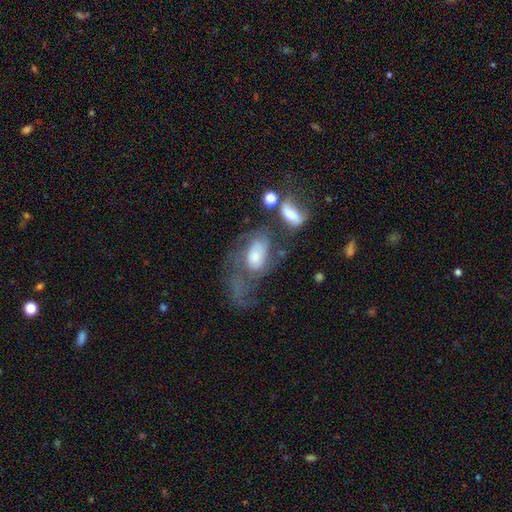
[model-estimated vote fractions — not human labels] This is possibly a featured or disk galaxy (53%). It is clearly not viewed edge-on (94%). Bar: likely no (73%). Spiral arm pattern: likely yes (66%). Central bulge: marginally moderate (39%). Merging: marginally major disturbance (43%).